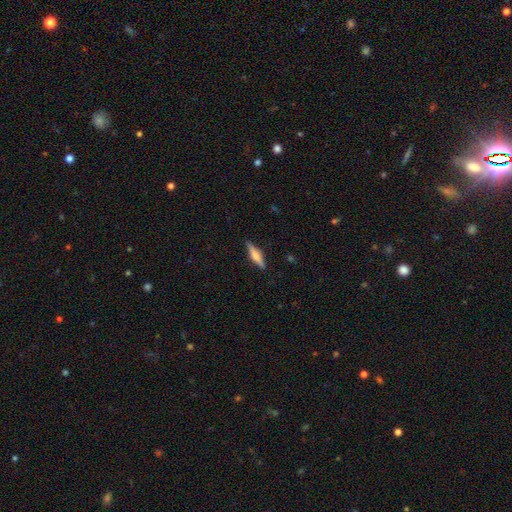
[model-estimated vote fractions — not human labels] This appears to be a featured or disk galaxy (52%) viewed edge-on (96%). Merging: none (88%).